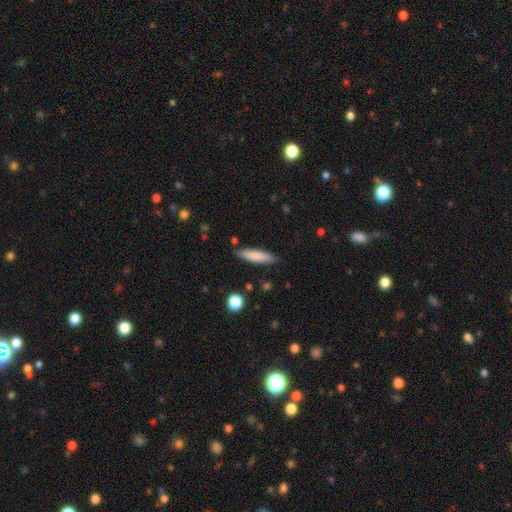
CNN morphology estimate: This is clearly a smooth galaxy (82%). How rounded: likely cigar-shaped (76%). Merging: clearly none (85%).